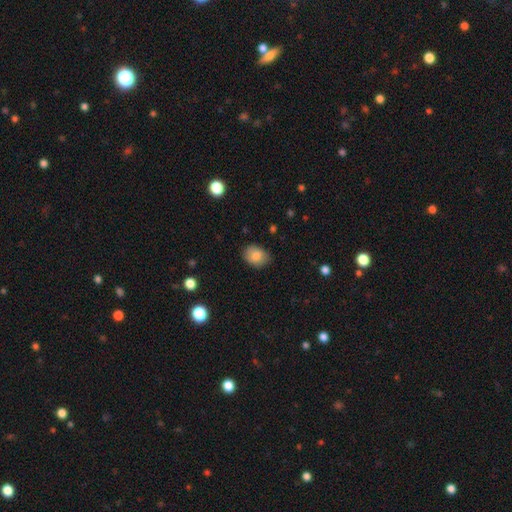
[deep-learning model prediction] Smooth or featured: smooth — 84% (featured or disk — 8%)
How rounded: in between — 66% (round — 33%)
Merging: none — 81% (minor disturbance — 15%)